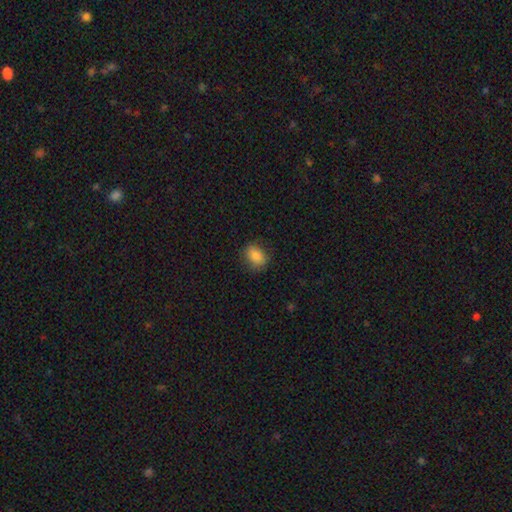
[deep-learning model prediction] smooth_or_featured: smooth (p=0.83) [alt: star or artifact p=0.09]
how_rounded: in between (p=0.62) [alt: round p=0.36]
merging: none (p=0.82) [alt: minor disturbance p=0.13]